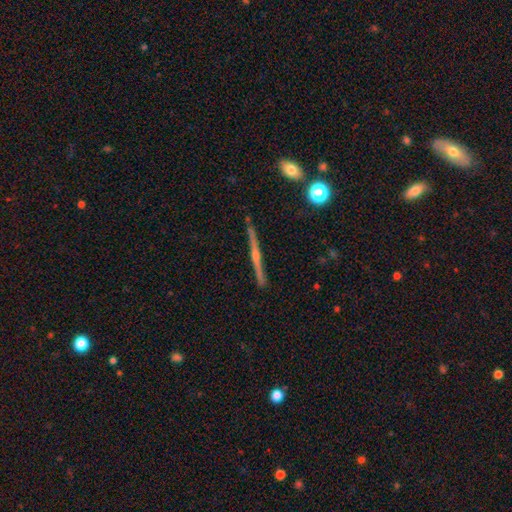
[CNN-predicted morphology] A featured or disk galaxy (80%) viewed edge-on (98%) with a rounded central bulge (81%).

Vote fractions:
- Smooth or featured? featured or disk: 80% / smooth: 13% / star or artifact: 7%
- Edge-on disk? yes: 98% / no: 2%
- Edge-on bulge? rounded: 81% / none: 13% / boxy: 6%
- Merging? none: 89% / minor disturbance: 7% / merger: 2% / major disturbance: 2%